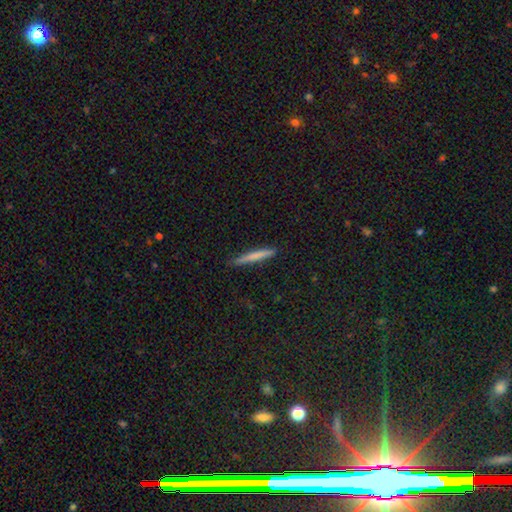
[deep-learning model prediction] smooth 71%, featured or disk 23%, star or artifact 7%. Down the decision tree: how rounded — cigar-shaped (95%); merging — none (87%).